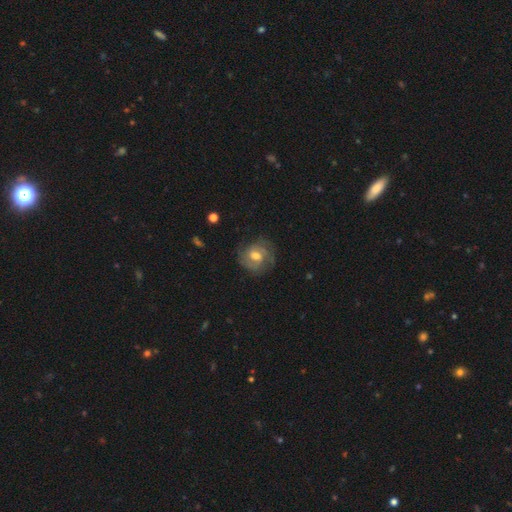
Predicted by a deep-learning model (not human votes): Smooth or featured: featured or disk — 66% (smooth — 26%)
Edge-on disk: no — 97% (yes — 3%)
Bar: weak — 49% (no — 40%)
Spiral arms: yes — 86% (no — 14%)
Spiral winding: tight — 50% (medium — 37%)
Spiral arm count: 2 — 48% (can't tell — 28%)
Bulge size: moderate — 71% (small — 15%)
Merging: none — 71% (minor disturbance — 19%)